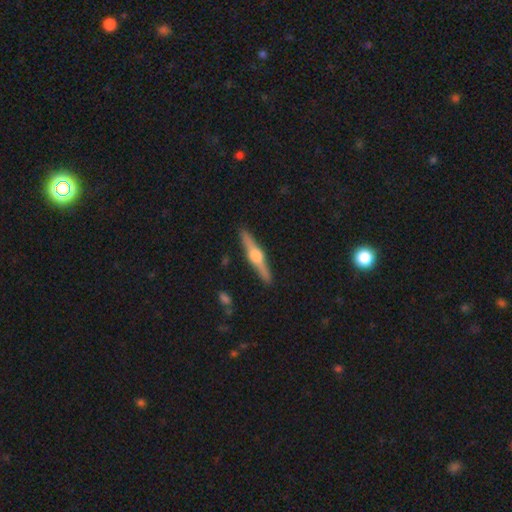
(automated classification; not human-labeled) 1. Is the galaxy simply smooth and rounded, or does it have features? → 76% featured or disk, 19% smooth, 5% star or artifact.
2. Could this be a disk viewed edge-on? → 98% yes, 2% no.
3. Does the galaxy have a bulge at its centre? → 94% rounded, 4% boxy, 2% none.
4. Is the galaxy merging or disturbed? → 91% none, 6% minor disturbance, 1% major disturbance, 1% merger.